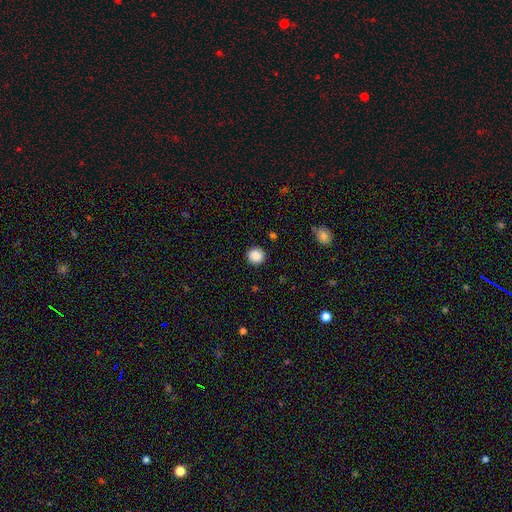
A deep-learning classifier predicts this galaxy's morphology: Smooth or featured?
  - smooth: 88% *
  - star or artifact: 9%
  - featured or disk: 3%
How rounded?
  - round: 93% *
  - in between: 6%
  - cigar-shaped: 1%
Merging?
  - none: 91% *
  - minor disturbance: 6%
  - major disturbance: 2%
  - merger: 1%